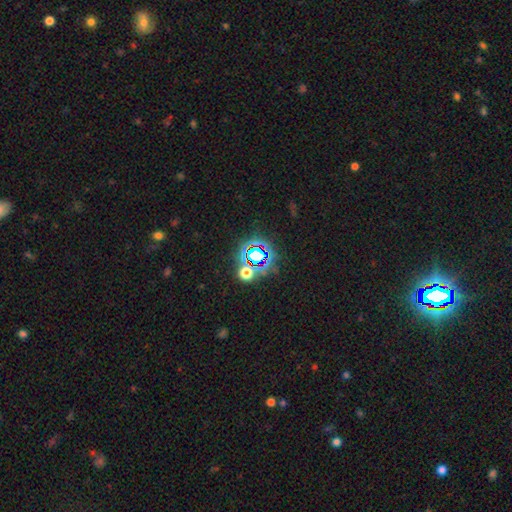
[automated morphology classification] This appears to be a star or artifact, not a galaxy (70%).